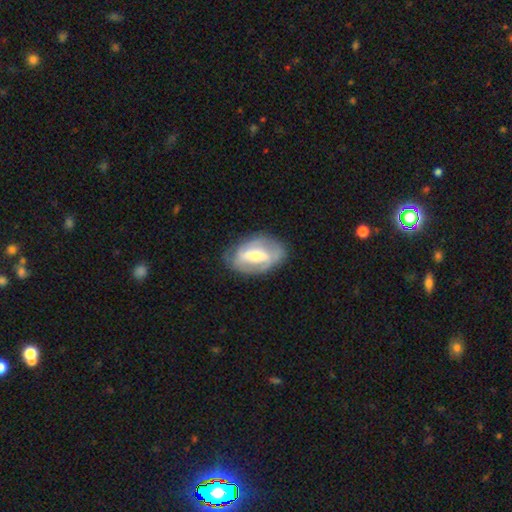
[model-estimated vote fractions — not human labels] smooth_or_featured: featured or disk (p=0.67) [alt: smooth p=0.27]
disk_edge_on: no (p=0.93) [alt: yes p=0.07]
bar: strong (p=0.52) [alt: weak p=0.32]
has_spiral_arms: yes (p=0.64) [alt: no p=0.36]
bulge_size: moderate (p=0.47) [alt: small p=0.42]
merging: none (p=0.68) [alt: minor disturbance p=0.22]